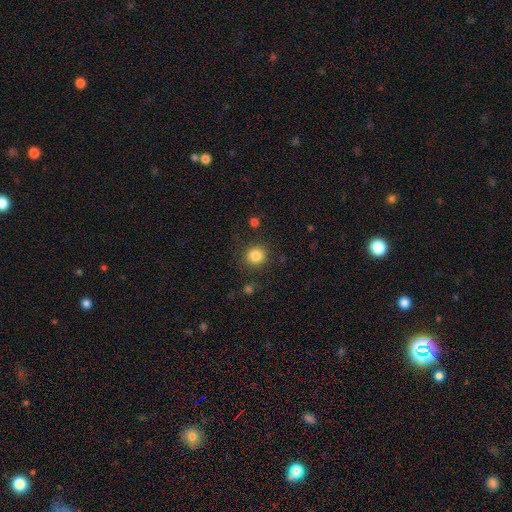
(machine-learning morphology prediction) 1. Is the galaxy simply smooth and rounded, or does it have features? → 84% smooth, 11% star or artifact, 5% featured or disk.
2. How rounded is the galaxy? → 90% round, 9% in between, 1% cigar-shaped.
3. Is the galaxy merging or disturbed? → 86% none, 8% minor disturbance, 3% major disturbance, 2% merger.